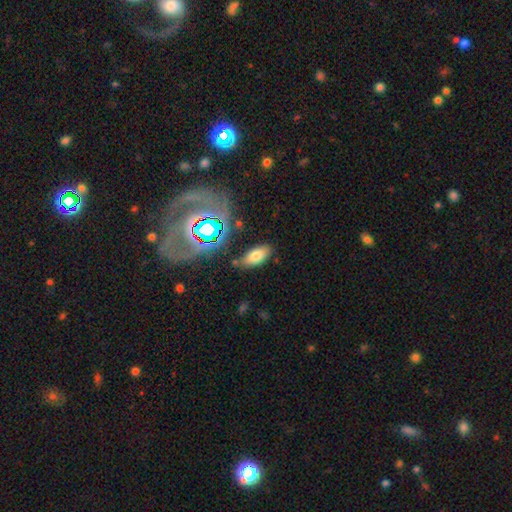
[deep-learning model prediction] This appears to be a smooth galaxy with no disk features (72%) that is in between round and cigar-shaped (88%). Merging: none (78%).